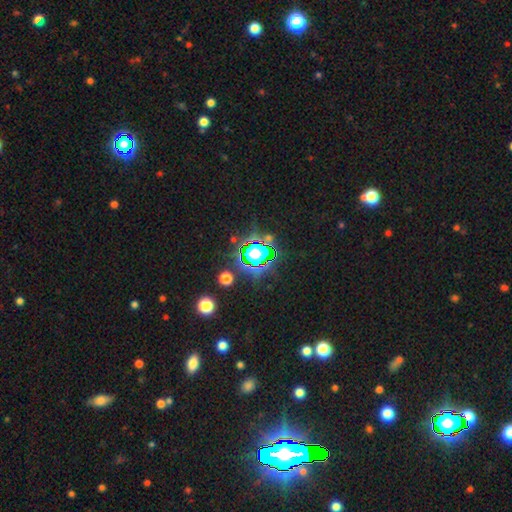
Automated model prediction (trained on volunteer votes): Smooth or featured?
  - star or artifact: 84% *
  - smooth: 10%
  - featured or disk: 7%